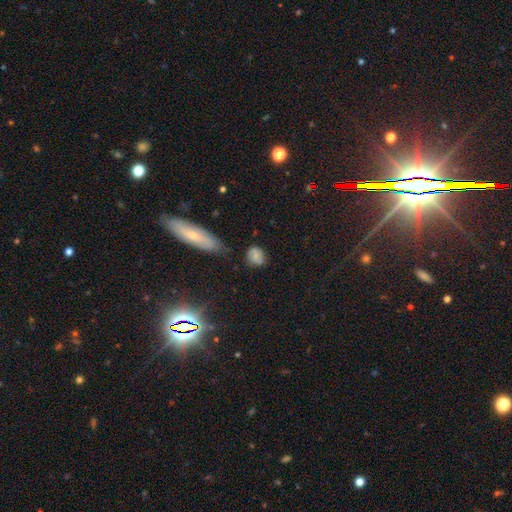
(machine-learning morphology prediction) Smooth or featured?
  - smooth: 70% *
  - featured or disk: 18%
  - star or artifact: 12%
How rounded?
  - round: 57% *
  - in between: 40%
  - cigar-shaped: 3%
Merging?
  - none: 66% *
  - minor disturbance: 23%
  - major disturbance: 6%
  - merger: 4%